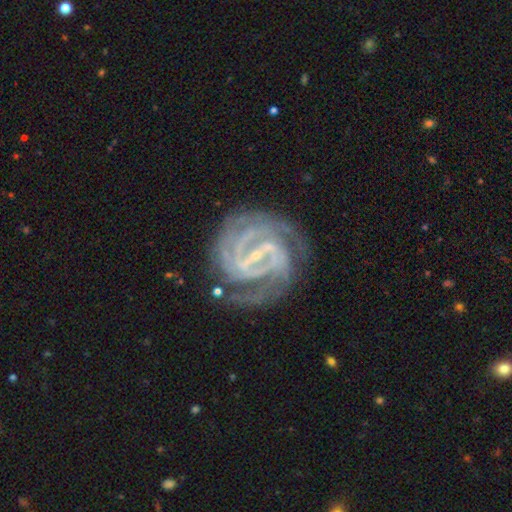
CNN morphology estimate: Smooth or featured? featured or disk (91%)
Edge-on disk? no (97%)
Bar? strong (63%)
Spiral arms? yes (98%)
Spiral winding? tight (69%)
Spiral arm count? 2 (40%)
Bulge size? small (77%)
Merging? none (74%)